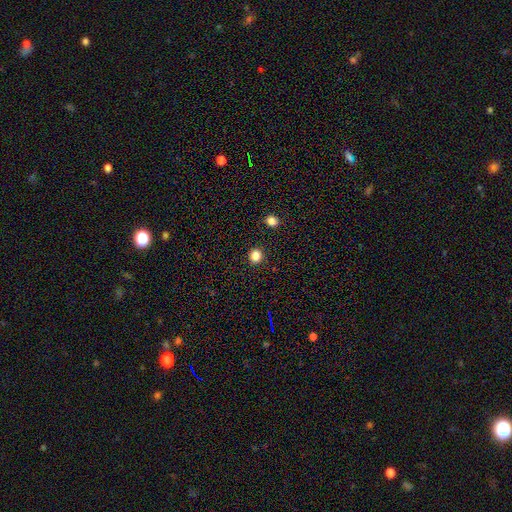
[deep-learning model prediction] Morphology: type=smooth (84%); roundness=round (87%); merging=none (92%).